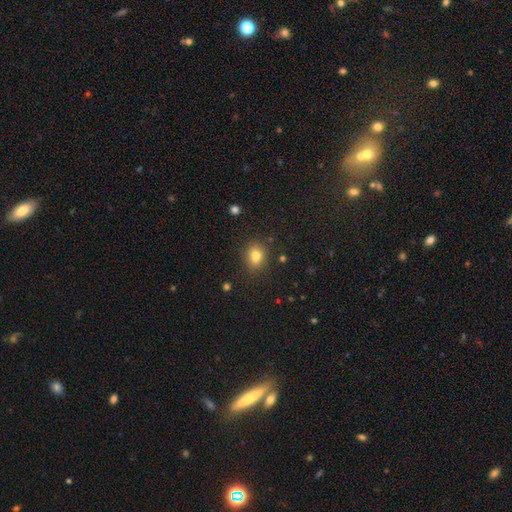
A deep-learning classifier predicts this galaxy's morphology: A smooth galaxy with no disk features (77%) that is round (63%).

Vote fractions:
- Smooth or featured? smooth: 77% / star or artifact: 14% / featured or disk: 9%
- How rounded? round: 63% / in between: 36% / cigar-shaped: 1%
- Merging? none: 71% / minor disturbance: 14% / merger: 11% / major disturbance: 4%